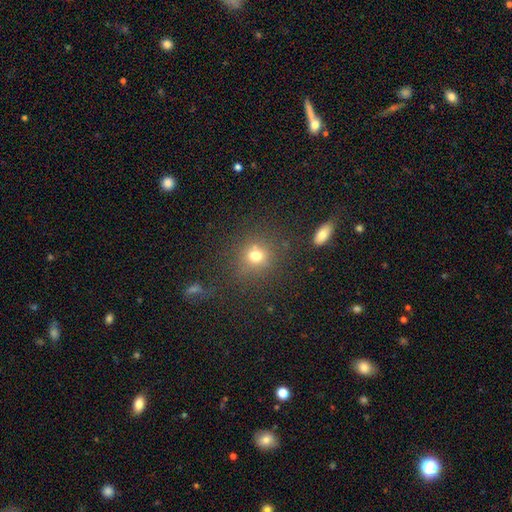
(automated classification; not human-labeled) smooth 72%, star or artifact 19%, featured or disk 9%. Down the decision tree: how rounded — round (82%); merging — none (74%).